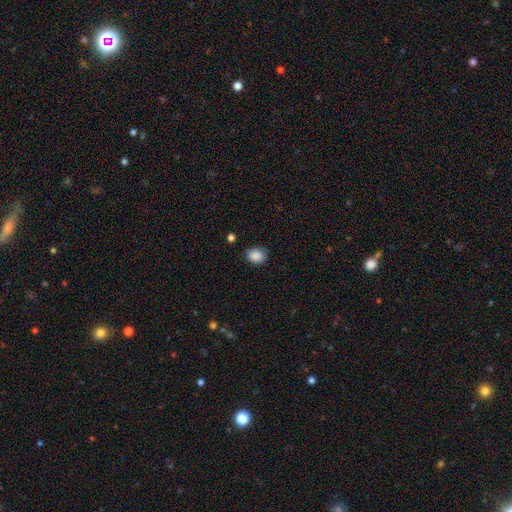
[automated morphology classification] Smooth or featured: smooth — 87% (star or artifact — 9%)
How rounded: round — 53% (in between — 46%)
Merging: none — 70% (minor disturbance — 23%)